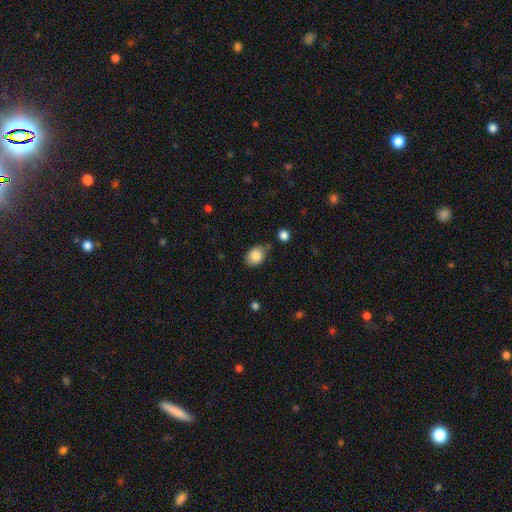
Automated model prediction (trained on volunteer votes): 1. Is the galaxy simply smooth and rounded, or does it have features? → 86% smooth, 8% star or artifact, 6% featured or disk.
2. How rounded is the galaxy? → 71% in between, 28% round, 1% cigar-shaped.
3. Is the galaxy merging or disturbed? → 69% none, 20% minor disturbance, 6% merger, 4% major disturbance.